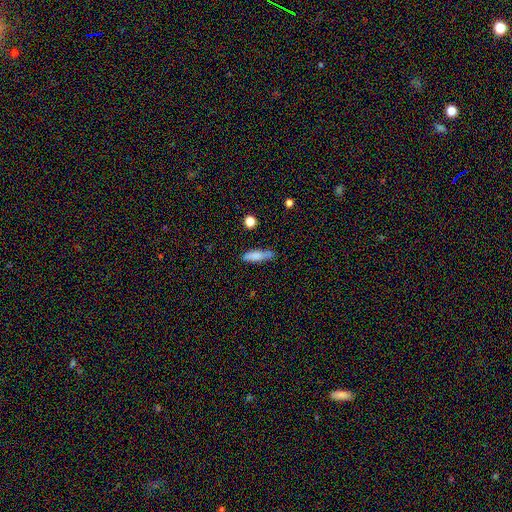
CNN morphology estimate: Q: Smooth or featured?
A: smooth (78%); runner-up: featured or disk (14%)
Q: How rounded?
A: cigar-shaped (69%); runner-up: in between (29%)
Q: Merging?
A: none (71%); runner-up: minor disturbance (20%)